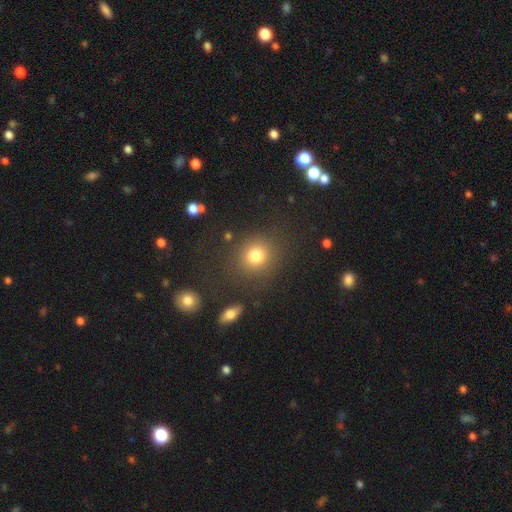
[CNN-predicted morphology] Smooth or featured? Predicted: smooth (p=0.79). How rounded? Predicted: round (p=0.83). Merging? Predicted: none (p=0.82).